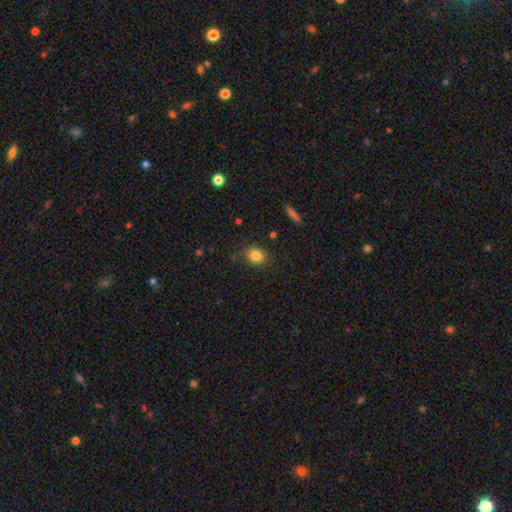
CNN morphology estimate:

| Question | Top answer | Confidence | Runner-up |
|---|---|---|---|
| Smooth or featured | smooth | 83% | star or artifact (10%) |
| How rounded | round | 60% | in between (38%) |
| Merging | none | 85% | minor disturbance (11%) |